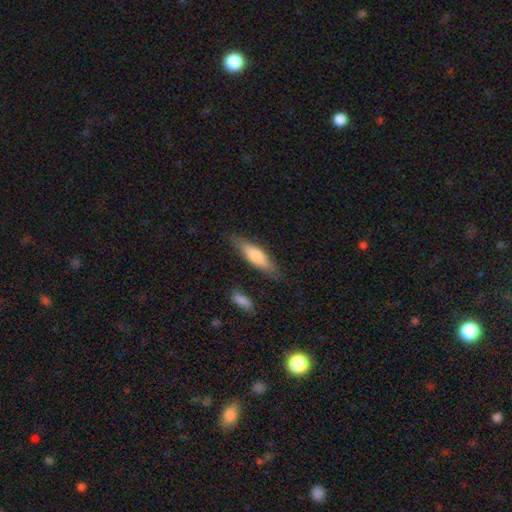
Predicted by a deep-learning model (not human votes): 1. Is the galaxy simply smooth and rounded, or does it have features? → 66% smooth, 29% featured or disk, 6% star or artifact.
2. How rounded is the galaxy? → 64% cigar-shaped, 35% in between, 2% round.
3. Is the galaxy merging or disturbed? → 80% none, 14% minor disturbance, 3% merger, 3% major disturbance.